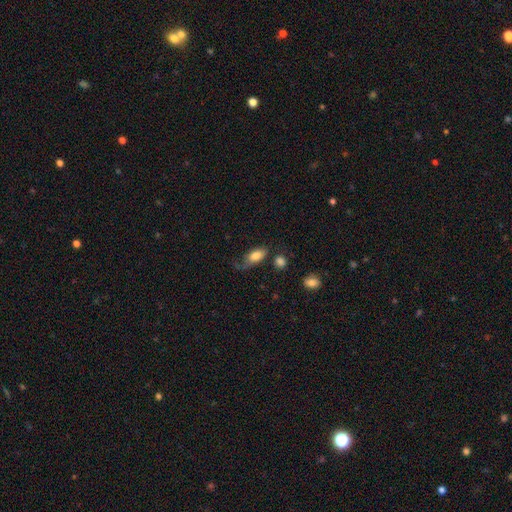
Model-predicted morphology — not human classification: This is likely a smooth galaxy (78%). How rounded: clearly in between (89%). Merging: marginally none (43%).